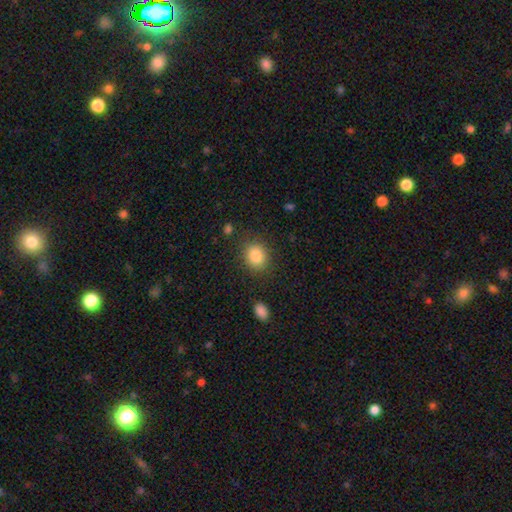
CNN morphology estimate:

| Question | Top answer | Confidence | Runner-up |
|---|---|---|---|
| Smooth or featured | smooth | 86% | star or artifact (9%) |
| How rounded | round | 60% | in between (39%) |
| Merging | none | 84% | minor disturbance (10%) |